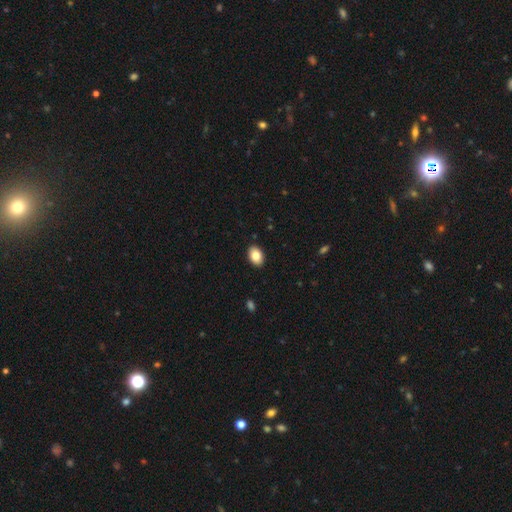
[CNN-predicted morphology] Q: Smooth or featured?
A: smooth (85%); runner-up: featured or disk (8%)
Q: How rounded?
A: in between (86%); runner-up: round (13%)
Q: Merging?
A: none (90%); runner-up: minor disturbance (7%)